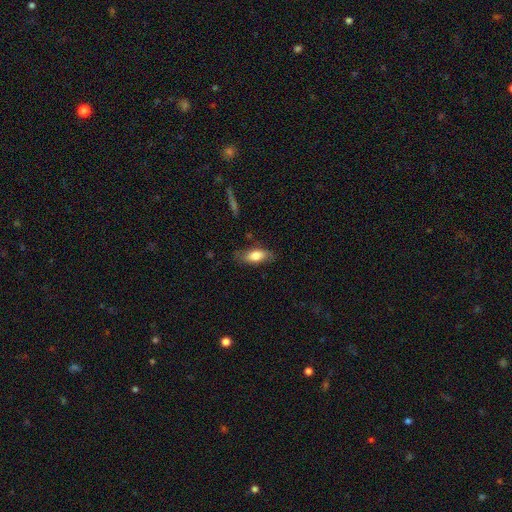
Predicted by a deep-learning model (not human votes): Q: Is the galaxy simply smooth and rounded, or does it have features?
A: smooth — 76%.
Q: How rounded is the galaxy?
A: in between — 80%.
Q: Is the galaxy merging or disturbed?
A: none — 74%.